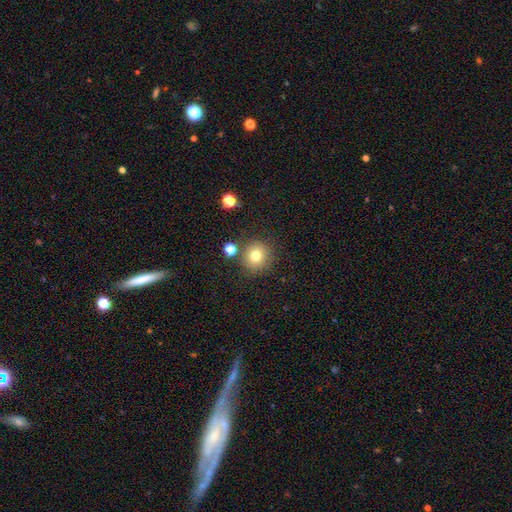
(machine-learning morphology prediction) Smooth or featured? smooth (77%)
How rounded? round (92%)
Merging? none (82%)